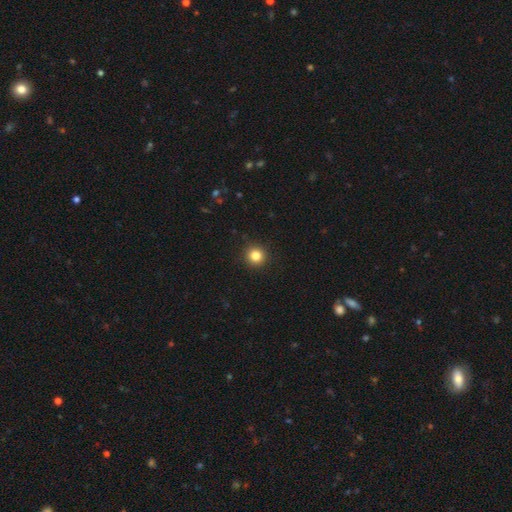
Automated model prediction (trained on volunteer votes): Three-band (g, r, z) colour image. It shows a smooth galaxy with no disk features (83%) that is round (95%). Merging: none (93%).